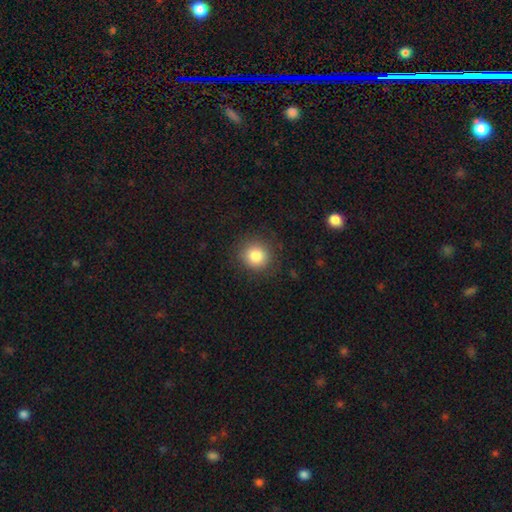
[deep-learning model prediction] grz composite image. It shows a smooth galaxy with no disk features (84%) that is round (92%). Merging: none (87%).